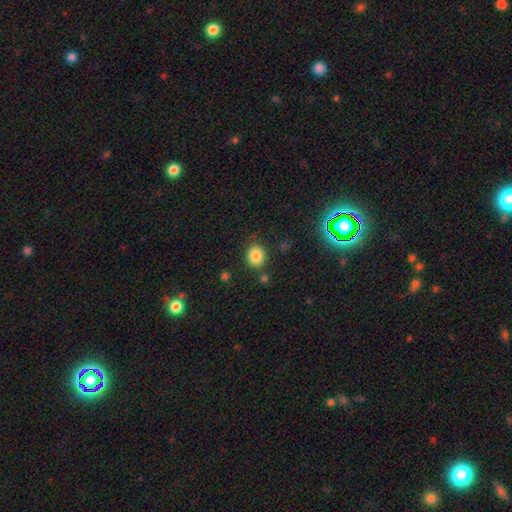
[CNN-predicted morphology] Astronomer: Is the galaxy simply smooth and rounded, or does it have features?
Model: smooth — 84%.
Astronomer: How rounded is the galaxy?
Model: round — 66%.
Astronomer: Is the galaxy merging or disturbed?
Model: none — 82%.